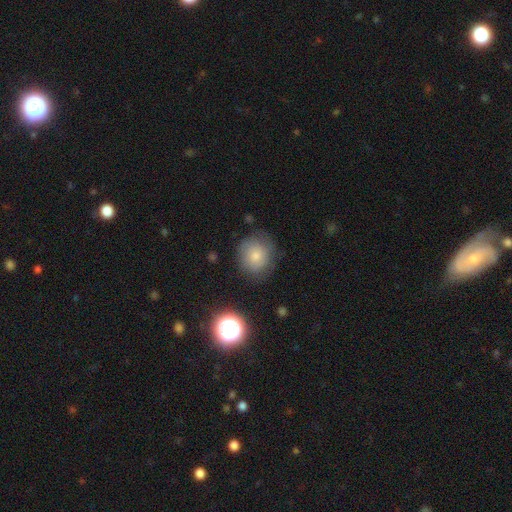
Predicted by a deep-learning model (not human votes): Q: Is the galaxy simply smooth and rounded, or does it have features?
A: smooth — 76%.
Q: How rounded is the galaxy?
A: round — 81%.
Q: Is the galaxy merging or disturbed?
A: none — 73%.